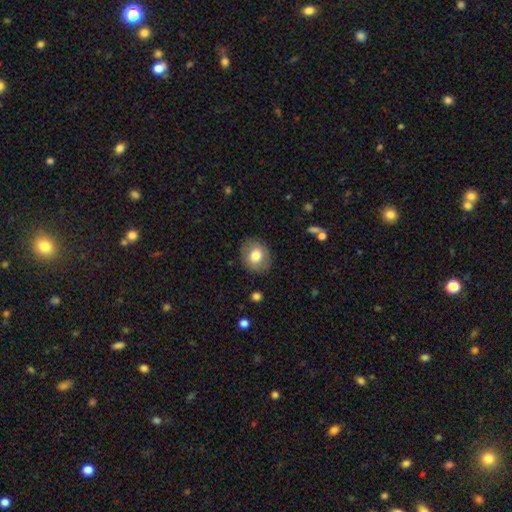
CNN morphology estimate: This is likely a smooth galaxy (76%). How rounded: likely round (72%). Merging: clearly none (86%).